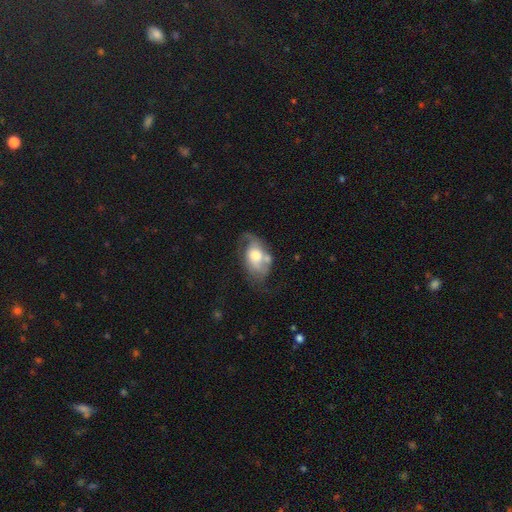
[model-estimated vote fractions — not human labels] Smooth or featured? Predicted: featured or disk (p=0.52). Edge-on disk? Predicted: no (p=0.94). Merging? Predicted: none (p=0.30).